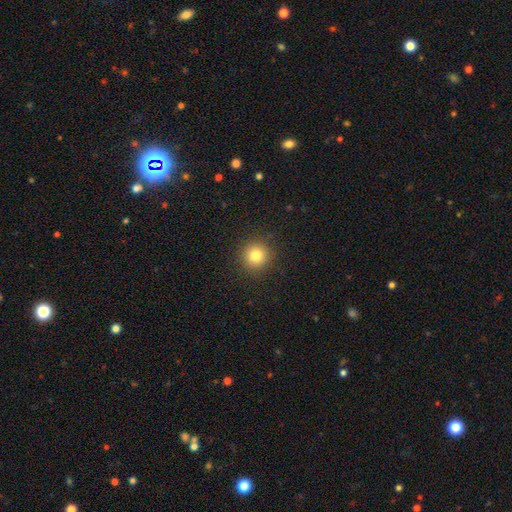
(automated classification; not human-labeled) Smooth or featured? smooth (81%)
How rounded? round (93%)
Merging? none (91%)